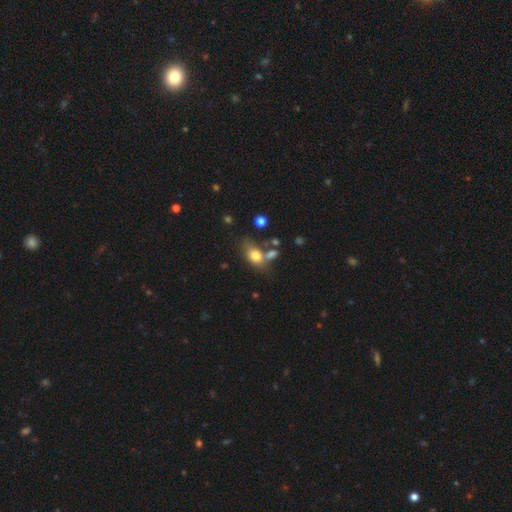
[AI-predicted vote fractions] Morphology: type=smooth (76%); roundness=in between (76%); merging=none (47%).